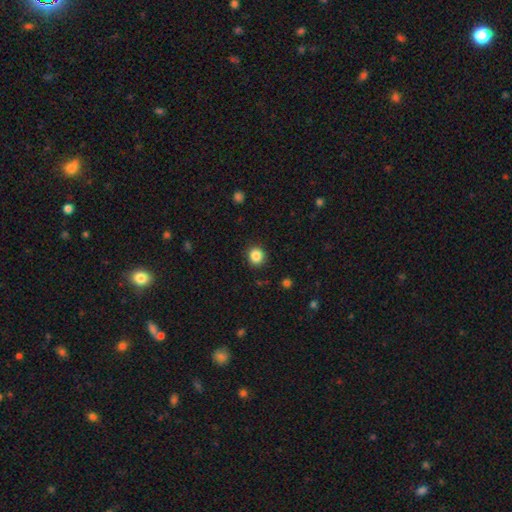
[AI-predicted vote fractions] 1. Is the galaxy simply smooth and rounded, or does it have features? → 86% smooth, 10% star or artifact, 4% featured or disk.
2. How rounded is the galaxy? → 89% round, 10% in between, 1% cigar-shaped.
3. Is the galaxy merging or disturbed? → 90% none, 7% minor disturbance, 2% major disturbance, 1% merger.